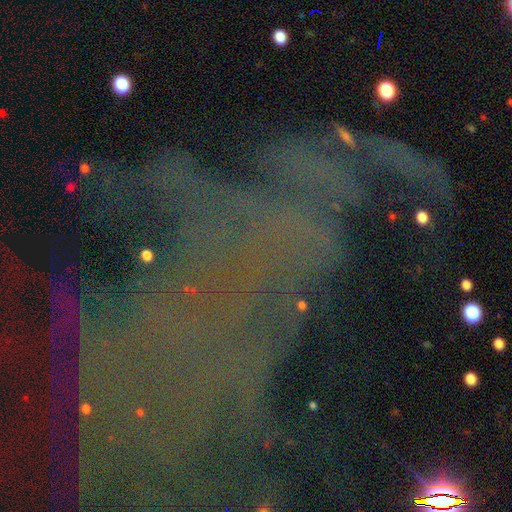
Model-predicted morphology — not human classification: The model was most divided on "smooth or featured": star or artifact: 77%, featured or disk: 12%, smooth: 10%.